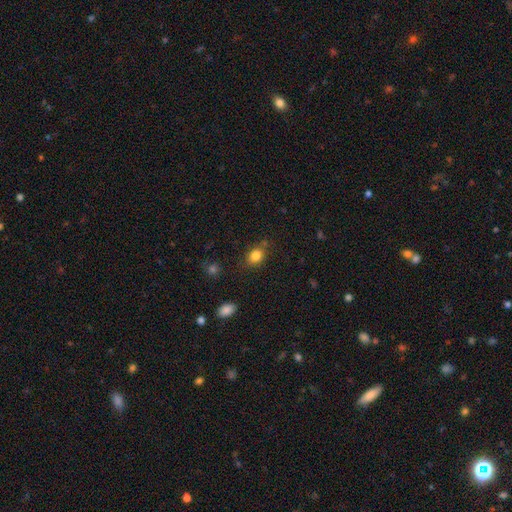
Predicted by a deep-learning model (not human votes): Smooth or featured? smooth (83%)
How rounded? in between (57%)
Merging? none (75%)